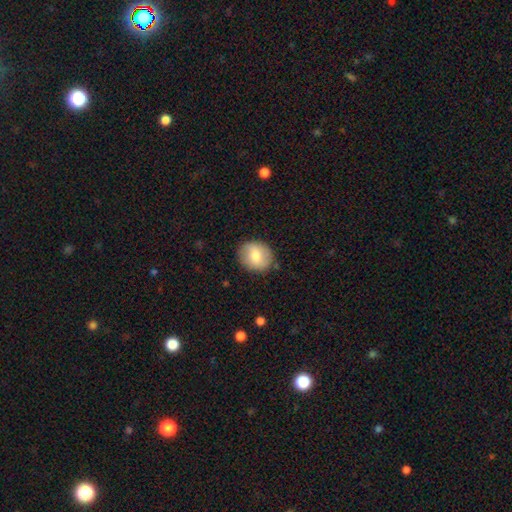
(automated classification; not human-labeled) This is likely a smooth galaxy (67%). How rounded: likely round (69%). Merging: clearly none (85%).